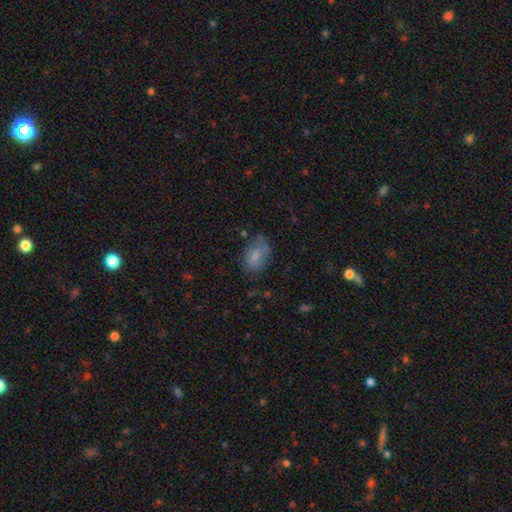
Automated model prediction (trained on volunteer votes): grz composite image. It shows a smooth galaxy with no disk features (69%) that is in between round and cigar-shaped (87%). Merging: none (53%).